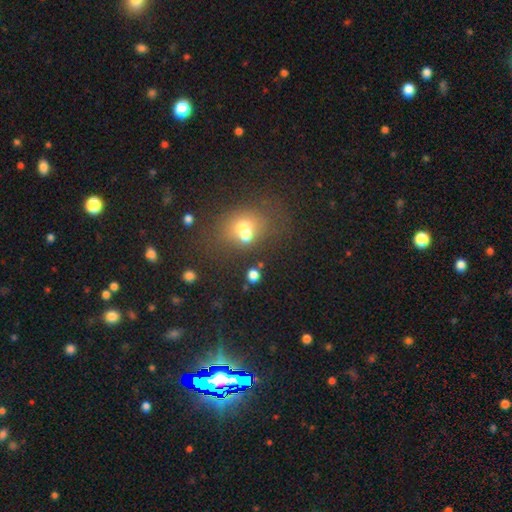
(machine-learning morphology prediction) Smooth or featured?
  - smooth: 50% *
  - star or artifact: 39%
  - featured or disk: 10%
How rounded?
  - in between: 52% *
  - round: 46%
  - cigar-shaped: 3%
Merging?
  - none: 75% *
  - minor disturbance: 12%
  - merger: 7%
  - major disturbance: 6%